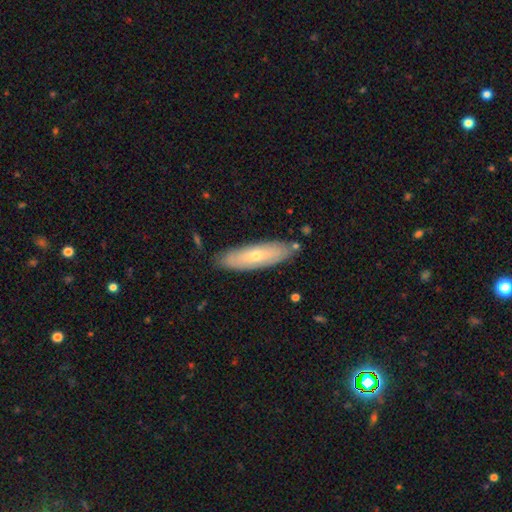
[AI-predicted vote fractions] Smooth or featured? smooth (54%)
How rounded? cigar-shaped (56%)
Merging? none (83%)